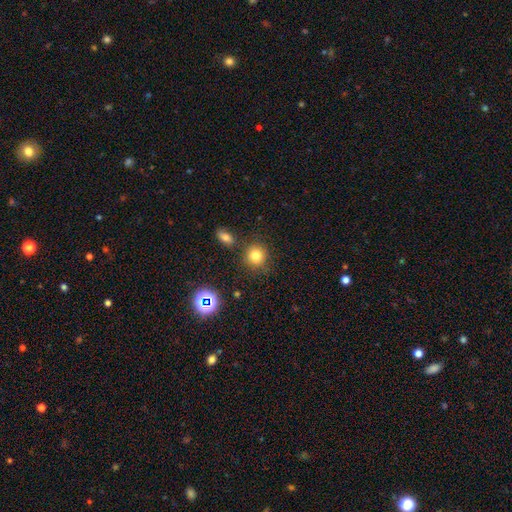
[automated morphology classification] Smooth or featured? smooth (78%)
How rounded? round (89%)
Merging? none (80%)